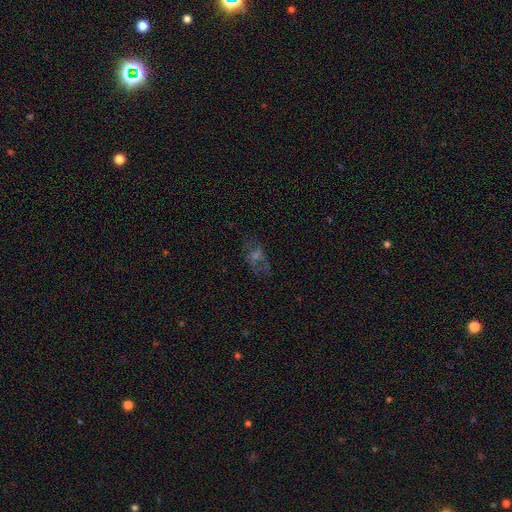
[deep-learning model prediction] A featured or disk galaxy (40%). Merging: none (59%).